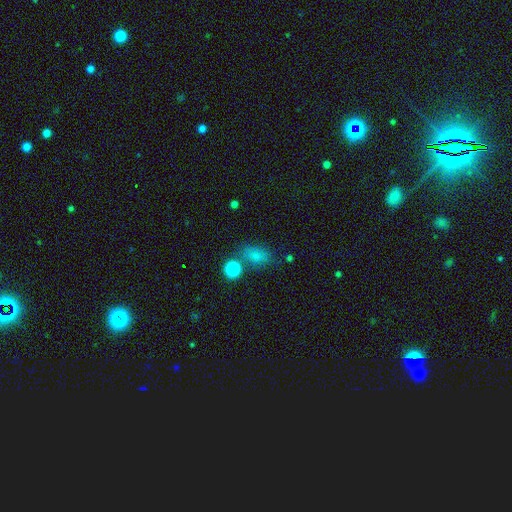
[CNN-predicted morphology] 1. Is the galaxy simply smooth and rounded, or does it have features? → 77% smooth, 15% star or artifact, 8% featured or disk.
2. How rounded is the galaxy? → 75% in between, 22% round, 2% cigar-shaped.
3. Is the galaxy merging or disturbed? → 61% none, 18% minor disturbance, 13% merger, 8% major disturbance.